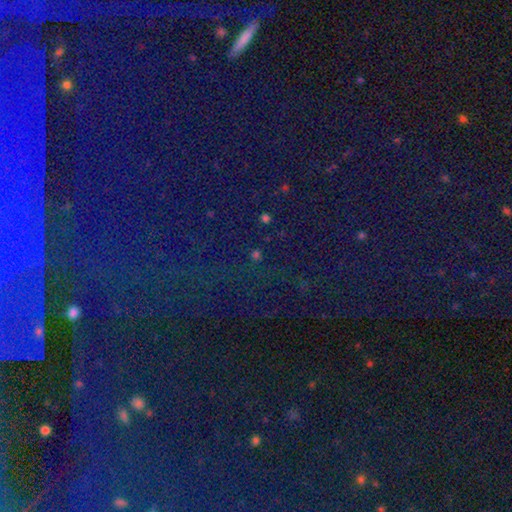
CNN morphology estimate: smooth-or-featured: star or artifact: 73% | smooth: 20% | featured or disk: 7%